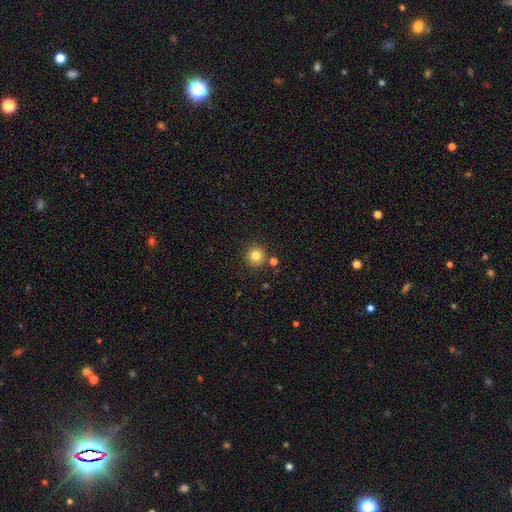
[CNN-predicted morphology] The model was most divided on "smooth or featured": smooth: 82%, star or artifact: 12%, featured or disk: 6%. More confident: how rounded — round (95%); merging — none (87%).